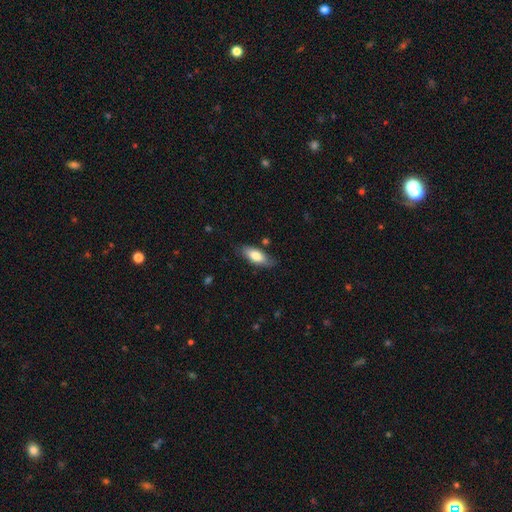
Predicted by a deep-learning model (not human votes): A smooth galaxy with no disk features (77%) that is in between round and cigar-shaped (79%).

Vote fractions:
- Smooth or featured? smooth: 77% / featured or disk: 17% / star or artifact: 6%
- How rounded? in between: 79% / cigar-shaped: 19% / round: 2%
- Merging? none: 78% / minor disturbance: 17% / major disturbance: 3% / merger: 2%